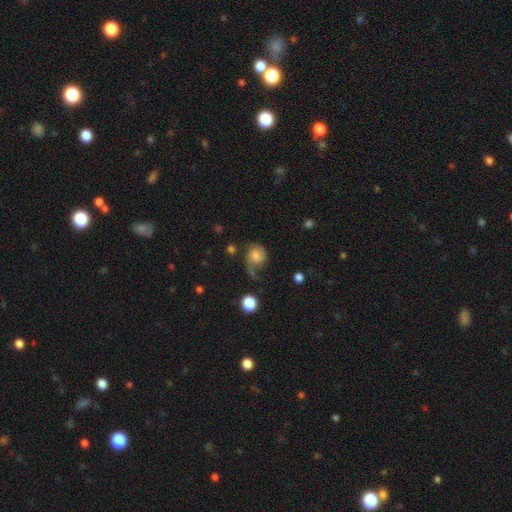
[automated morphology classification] featured or disk 53%, smooth 37%, star or artifact 10%. Down the decision tree: edge-on disk — no (97%); bar — no (67%); spiral arms — yes (88%); bulge size — moderate (48%); merging — none (38%).